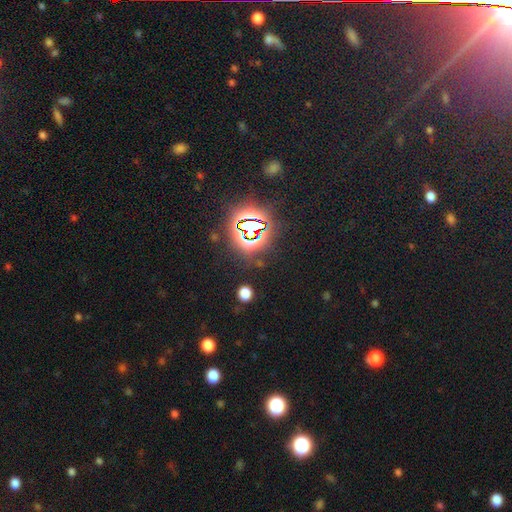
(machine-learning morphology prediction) A star or artifact, not a galaxy (83%).

Vote fractions:
- Smooth or featured? star or artifact: 83% / smooth: 10% / featured or disk: 7%